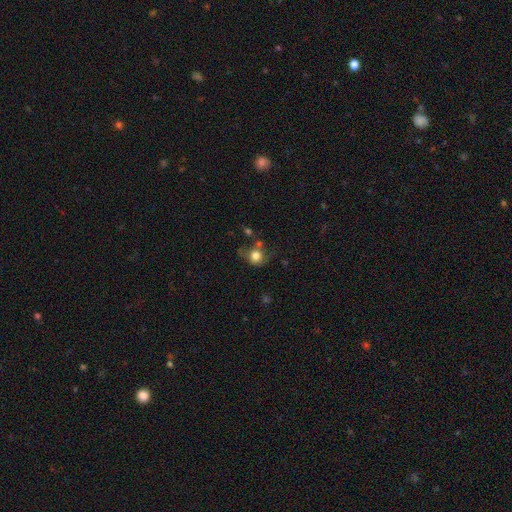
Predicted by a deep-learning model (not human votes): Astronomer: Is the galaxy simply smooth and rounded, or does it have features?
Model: smooth — 76%.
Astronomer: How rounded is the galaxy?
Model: round — 74%.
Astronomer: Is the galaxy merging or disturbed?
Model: none — 45% (runner-up: minor disturbance, 24%).